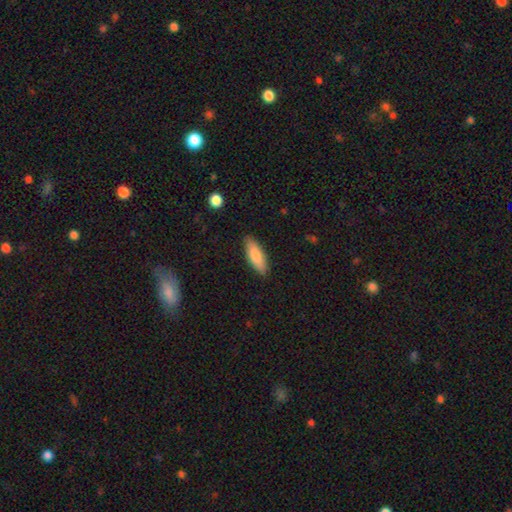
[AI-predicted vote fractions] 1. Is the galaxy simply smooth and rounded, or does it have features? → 84% smooth, 10% featured or disk, 6% star or artifact.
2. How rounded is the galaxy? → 61% in between, 37% cigar-shaped, 2% round.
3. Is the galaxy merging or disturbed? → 87% none, 10% minor disturbance, 2% major disturbance, 1% merger.